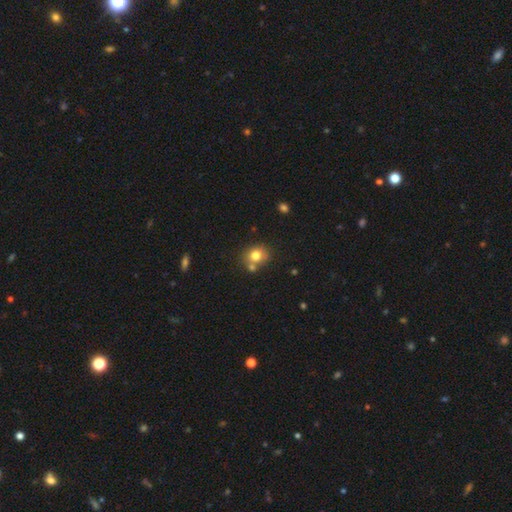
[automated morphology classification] A smooth galaxy with no disk features (77%) that is round (70%).

Vote fractions:
- Smooth or featured? smooth: 77% / featured or disk: 12% / star or artifact: 11%
- How rounded? round: 70% / in between: 29% / cigar-shaped: 1%
- Merging? none: 61% / merger: 23% / minor disturbance: 12% / major disturbance: 4%